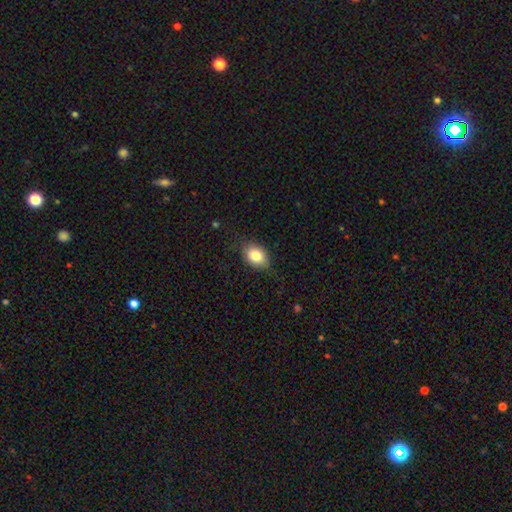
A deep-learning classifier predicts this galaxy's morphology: A smooth galaxy with no disk features (81%) that is in between round and cigar-shaped (75%).

Vote fractions:
- Smooth or featured? smooth: 81% / featured or disk: 11% / star or artifact: 8%
- How rounded? in between: 75% / round: 23% / cigar-shaped: 1%
- Merging? none: 78% / minor disturbance: 18% / major disturbance: 4% / merger: 1%